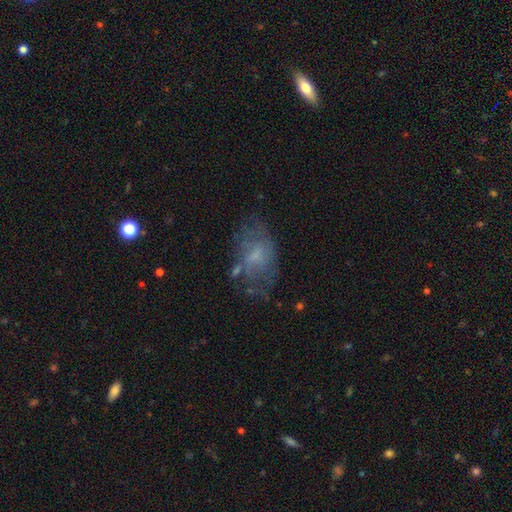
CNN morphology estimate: smooth_or_featured: featured or disk (p=0.47) [alt: smooth p=0.41]
merging: none (p=0.51) [alt: minor disturbance p=0.23]